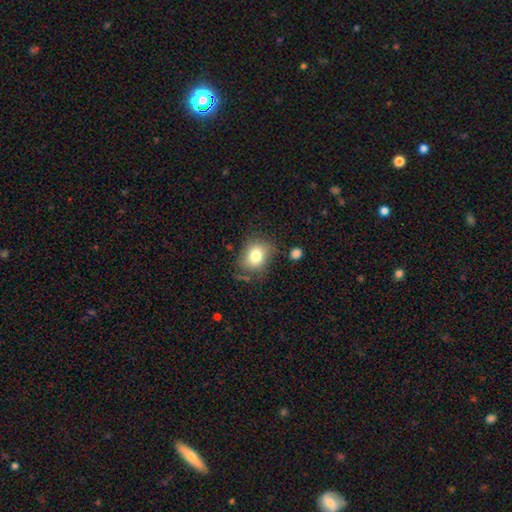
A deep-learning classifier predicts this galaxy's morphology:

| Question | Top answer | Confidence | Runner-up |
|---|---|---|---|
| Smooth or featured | smooth | 78% | featured or disk (12%) |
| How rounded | round | 51% | in between (48%) |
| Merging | none | 69% | minor disturbance (20%) |